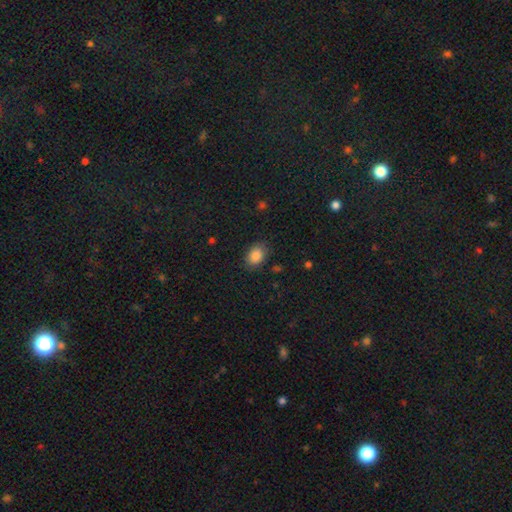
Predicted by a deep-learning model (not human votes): smooth_or_featured: smooth (p=0.86) [alt: star or artifact p=0.09]
how_rounded: in between (p=0.74) [alt: round p=0.25]
merging: none (p=0.83) [alt: minor disturbance p=0.13]